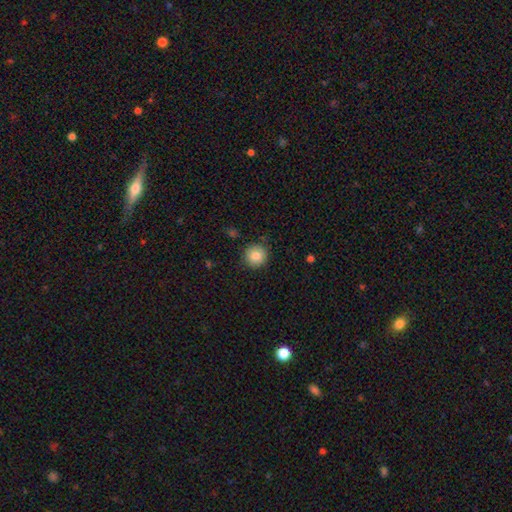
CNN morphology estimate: smooth 84%, star or artifact 9%, featured or disk 7%. Down the decision tree: how rounded — round (93%); merging — none (88%).